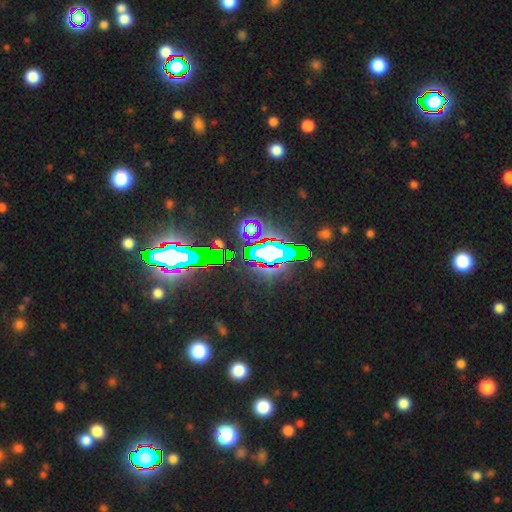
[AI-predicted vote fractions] A star or artifact, not a galaxy (77%).

Vote fractions:
- Smooth or featured? star or artifact: 77% / smooth: 12% / featured or disk: 11%